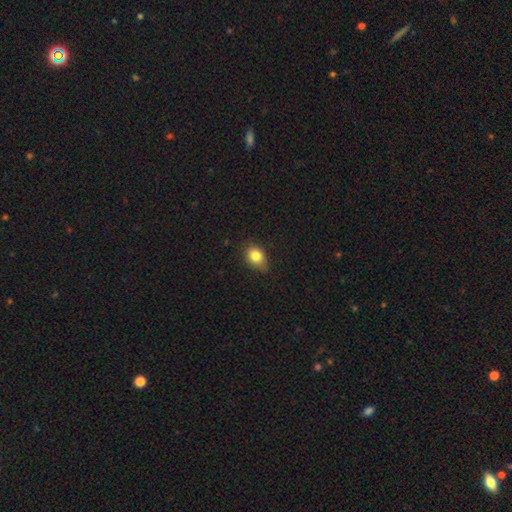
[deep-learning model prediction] smooth_or_featured: smooth (p=0.82) [alt: star or artifact p=0.10]
how_rounded: in between (p=0.58) [alt: round p=0.40]
merging: none (p=0.70) [alt: minor disturbance p=0.25]